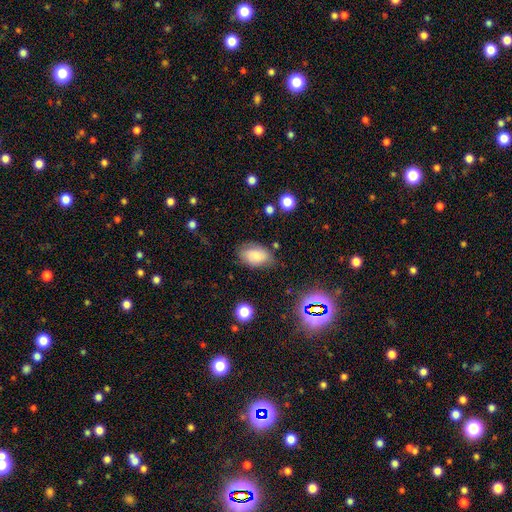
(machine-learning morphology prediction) This is likely a smooth galaxy (78%). How rounded: clearly in between (91%). Merging: likely none (72%).